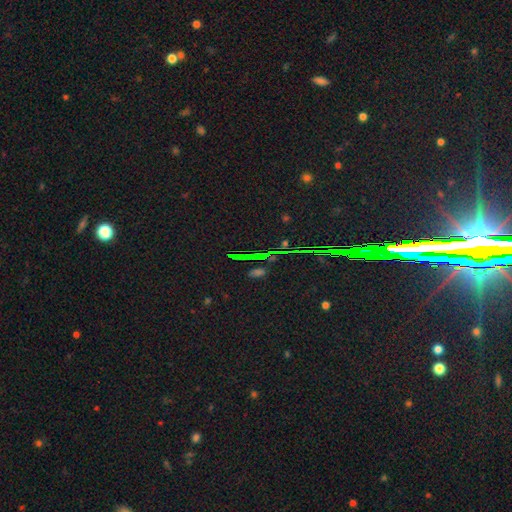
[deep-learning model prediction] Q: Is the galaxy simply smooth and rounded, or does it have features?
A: star or artifact — 82%.